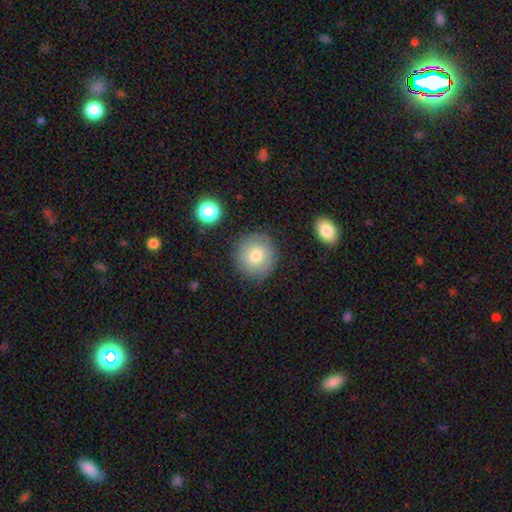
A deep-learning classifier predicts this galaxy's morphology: A smooth galaxy with no disk features (76%) that is round (91%). Merging: none (84%).